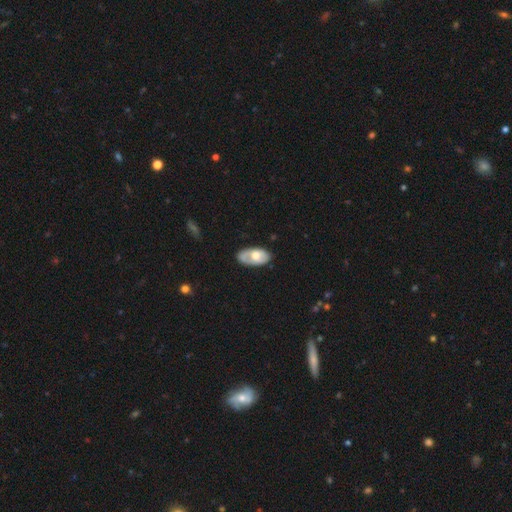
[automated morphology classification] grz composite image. It shows a smooth galaxy with no disk features (54%) that is in between round and cigar-shaped (94%). Merging: none (71%).